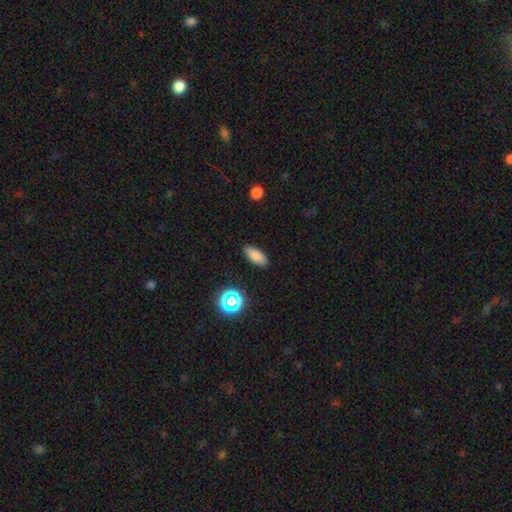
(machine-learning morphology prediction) Smooth or featured: smooth — 81% (star or artifact — 12%)
How rounded: in between — 81% (cigar-shaped — 16%)
Merging: none — 87% (minor disturbance — 9%)